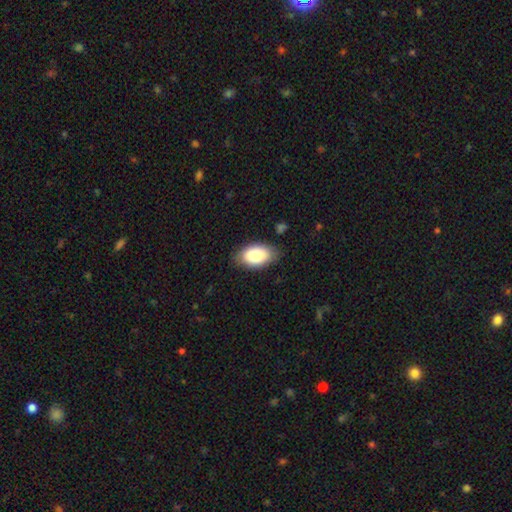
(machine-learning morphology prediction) Overall: smooth (85%). How rounded: in between (94%). Merging: none (81%).